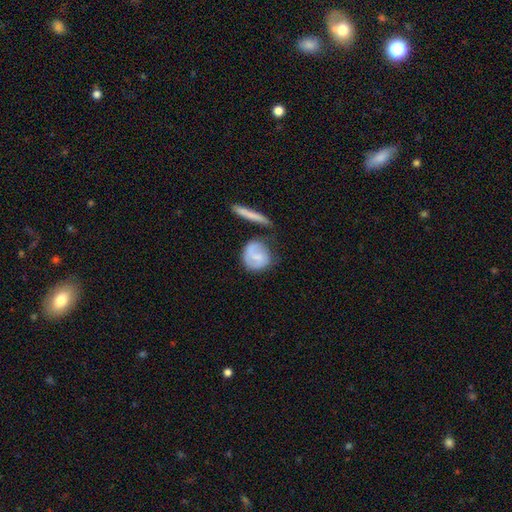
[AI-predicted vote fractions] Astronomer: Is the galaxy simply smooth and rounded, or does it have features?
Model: featured or disk — 47%, tied with smooth at 47%.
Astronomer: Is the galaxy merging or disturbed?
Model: none — 60%.